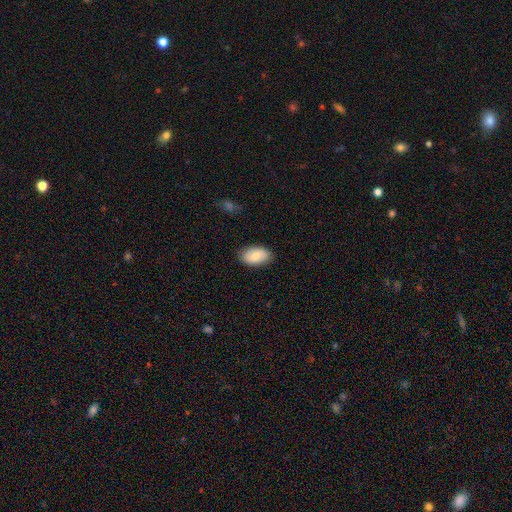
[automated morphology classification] type=smooth (79%); roundness=in between (94%); merging=none (83%).